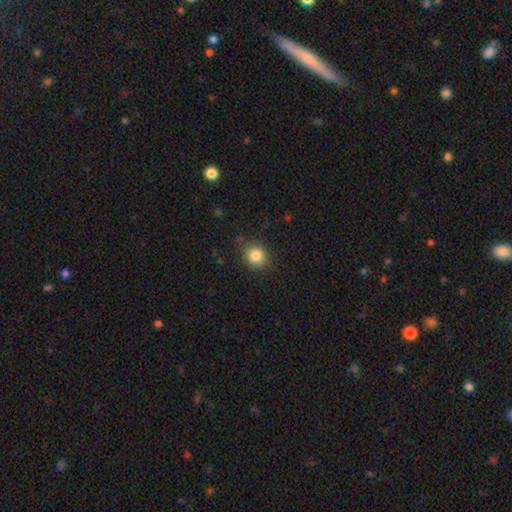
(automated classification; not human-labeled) Smooth or featured?
  - smooth: 84% *
  - star or artifact: 10%
  - featured or disk: 6%
How rounded?
  - round: 72% *
  - in between: 27%
  - cigar-shaped: 1%
Merging?
  - none: 83% *
  - minor disturbance: 12%
  - major disturbance: 3%
  - merger: 2%